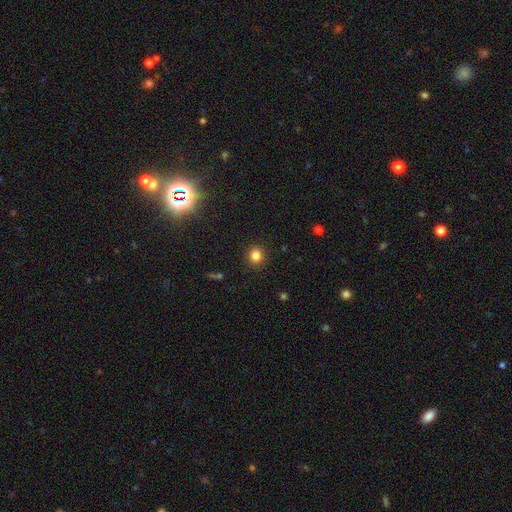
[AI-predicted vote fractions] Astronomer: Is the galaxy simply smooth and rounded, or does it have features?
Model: smooth — 83%.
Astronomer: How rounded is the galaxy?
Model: round — 89%.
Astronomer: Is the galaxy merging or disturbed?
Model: none — 91%.